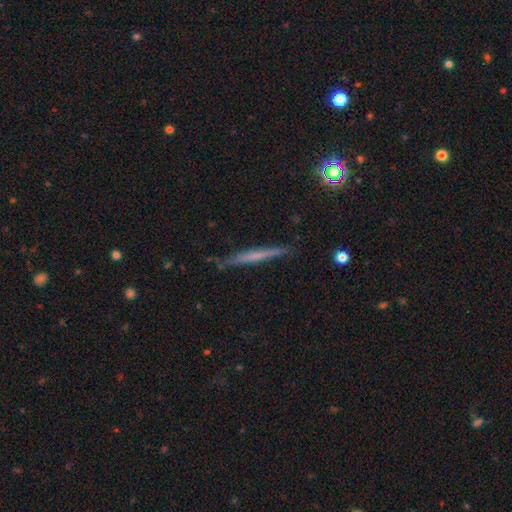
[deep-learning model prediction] A featured or disk galaxy (50%).

Vote fractions:
- Smooth or featured? featured or disk: 50% / smooth: 42% / star or artifact: 8%
- Merging? none: 85% / minor disturbance: 11% / major disturbance: 2% / merger: 2%